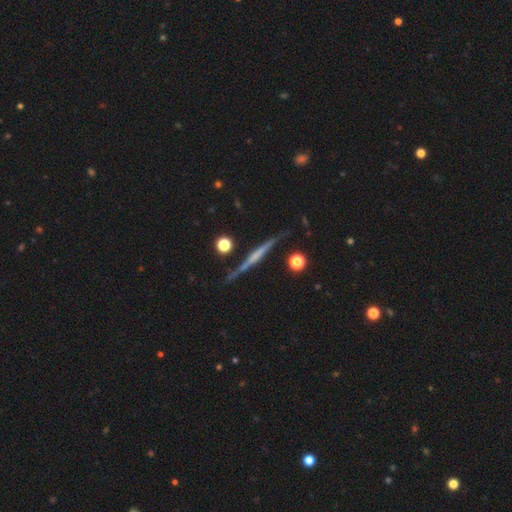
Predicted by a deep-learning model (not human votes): Smooth or featured? featured or disk (72%)
Edge-on disk? yes (97%)
Edge-on bulge? none (55%)
Merging? none (84%)